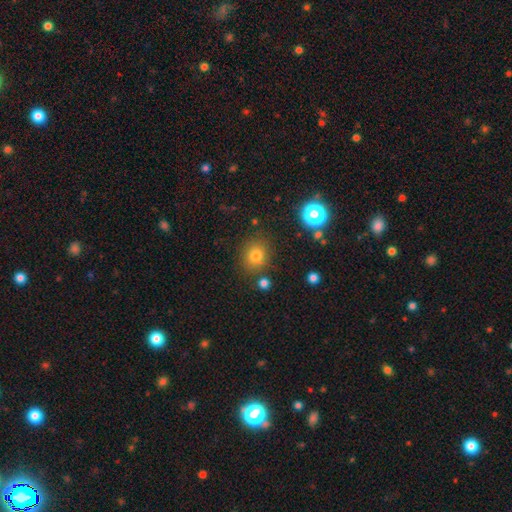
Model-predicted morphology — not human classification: Smooth or featured? smooth (75%)
How rounded? round (79%)
Merging? none (82%)